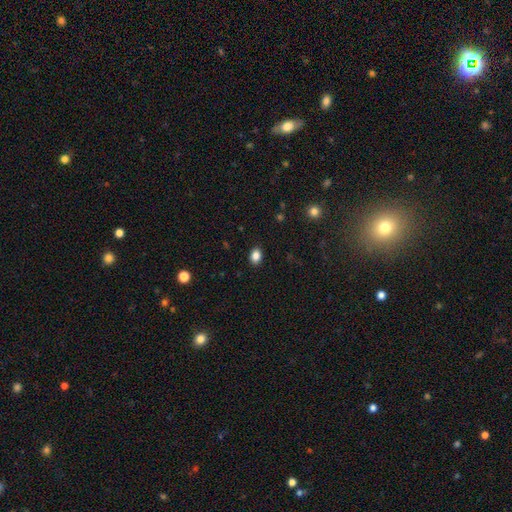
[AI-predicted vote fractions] A smooth galaxy with no disk features (86%) that is in between round and cigar-shaped (71%). Merging: none (89%).